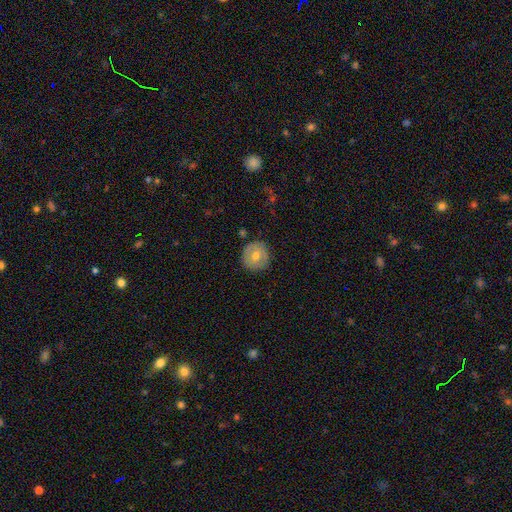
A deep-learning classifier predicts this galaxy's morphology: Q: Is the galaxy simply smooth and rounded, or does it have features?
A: smooth — 64%.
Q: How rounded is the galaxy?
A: round — 93%.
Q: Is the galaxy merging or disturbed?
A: none — 84%.